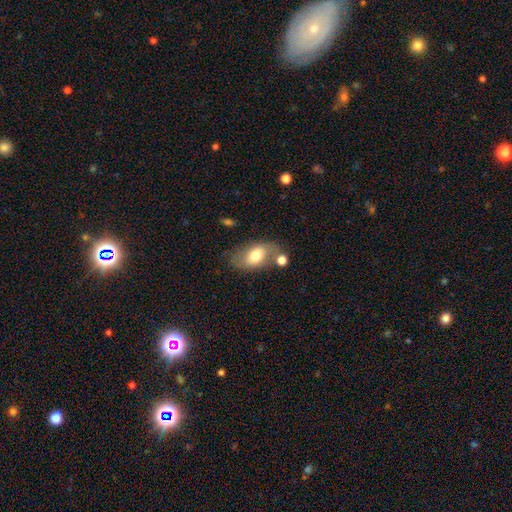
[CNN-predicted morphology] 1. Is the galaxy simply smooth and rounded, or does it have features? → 65% smooth, 28% featured or disk, 7% star or artifact.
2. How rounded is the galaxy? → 89% in between, 8% round, 3% cigar-shaped.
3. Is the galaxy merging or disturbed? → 57% none, 20% minor disturbance, 15% merger, 8% major disturbance.